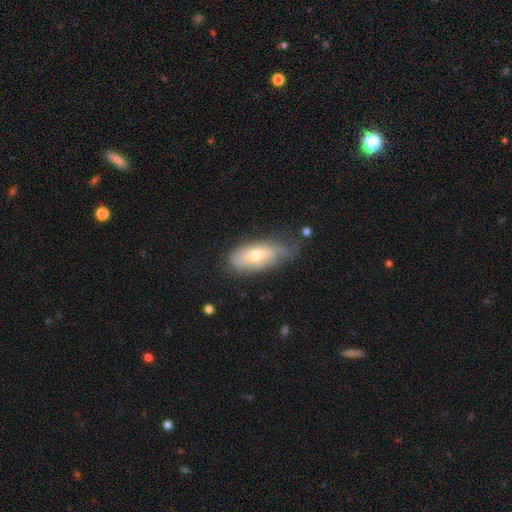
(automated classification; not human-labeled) smooth_or_featured: smooth (p=0.61) [alt: featured or disk p=0.32]
how_rounded: in between (p=0.80) [alt: cigar-shaped p=0.17]
merging: none (p=0.45) [alt: minor disturbance p=0.38]